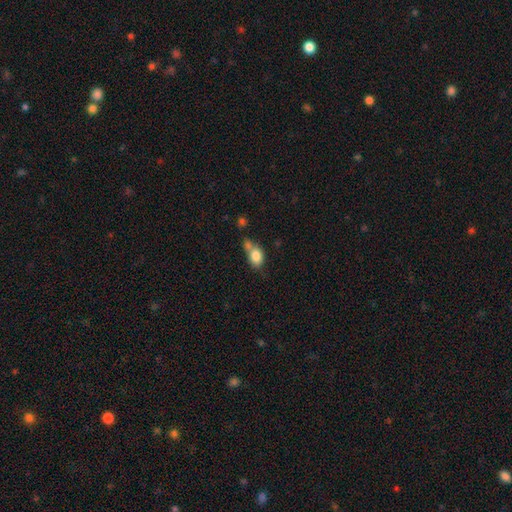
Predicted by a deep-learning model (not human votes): Overall: smooth (82%). How rounded: in between (72%). Merging: merger (40%; none 37%).